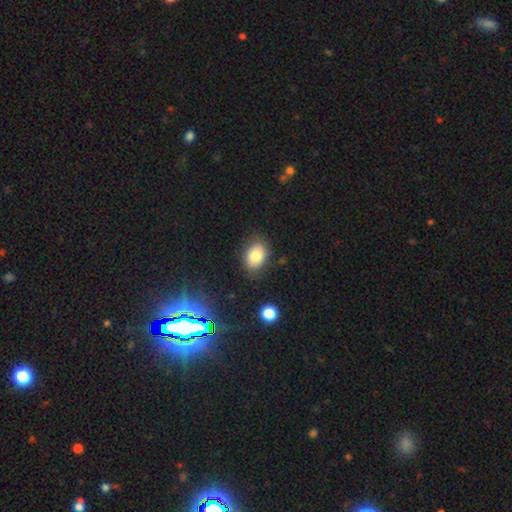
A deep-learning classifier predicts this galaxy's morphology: type=smooth (80%); roundness=in between (76%); merging=none (80%).